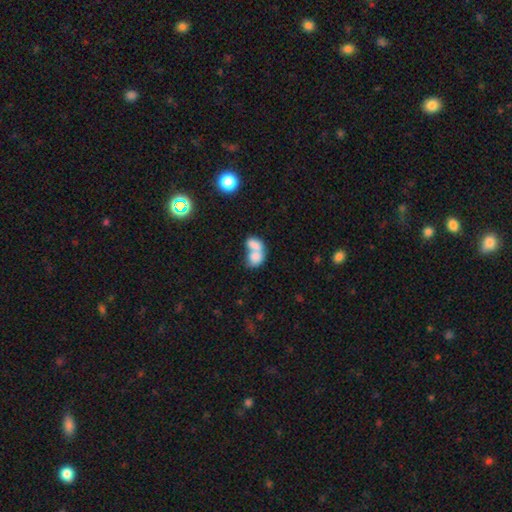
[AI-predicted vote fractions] A smooth galaxy with no disk features (77%) that is in between round and cigar-shaped (76%).

Vote fractions:
- Smooth or featured? smooth: 77% / featured or disk: 15% / star or artifact: 8%
- How rounded? in between: 76% / round: 22% / cigar-shaped: 2%
- Merging? merger: 76% / none: 14% / minor disturbance: 5% / major disturbance: 5%